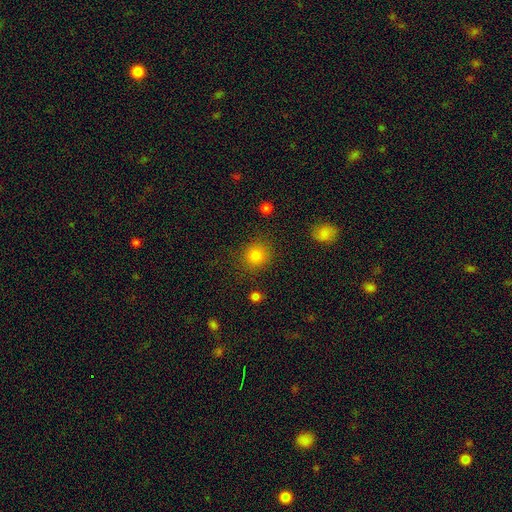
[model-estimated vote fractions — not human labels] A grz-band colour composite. It shows a smooth galaxy with no disk features (82%) that is round (86%). Merging: none (85%).